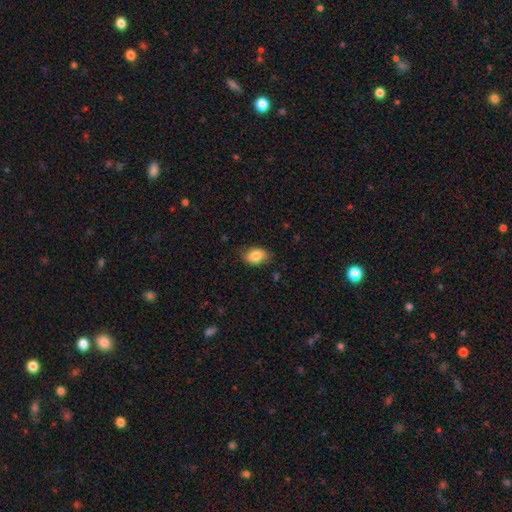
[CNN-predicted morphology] This appears to be a smooth galaxy with no disk features (84%) that is in between round and cigar-shaped (84%). Merging: none (79%).